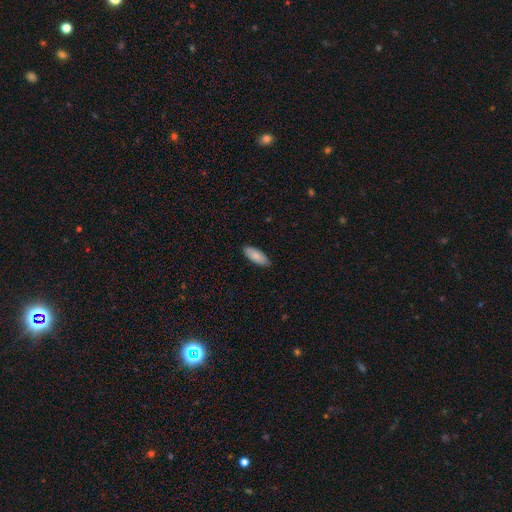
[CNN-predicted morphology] smooth-or-featured: smooth: 84% | featured or disk: 10% | star or artifact: 6%
  how-rounded: in between: 80% | cigar-shaped: 19% | round: 2%
  merging: none: 87% | minor disturbance: 10% | major disturbance: 2% | merger: 1%